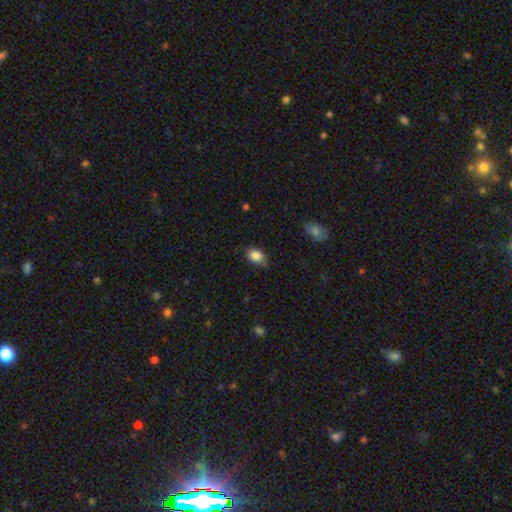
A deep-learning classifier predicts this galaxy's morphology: smooth-or-featured: smooth: 86% | star or artifact: 9% | featured or disk: 5%
  how-rounded: in between: 72% | round: 27% | cigar-shaped: 1%
  merging: none: 76% | minor disturbance: 18% | major disturbance: 3% | merger: 2%